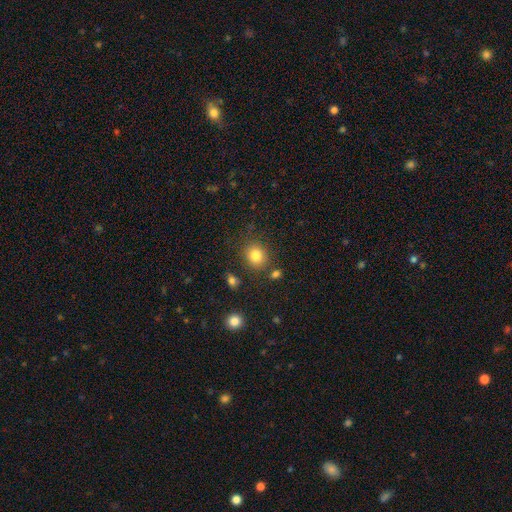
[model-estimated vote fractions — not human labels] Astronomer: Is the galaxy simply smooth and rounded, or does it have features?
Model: smooth — 83%.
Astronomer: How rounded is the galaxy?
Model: round — 75%.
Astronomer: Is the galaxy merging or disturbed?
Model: none — 81%.